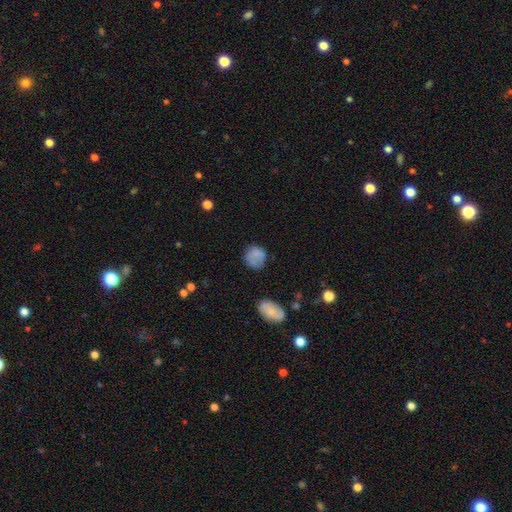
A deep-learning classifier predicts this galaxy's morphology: This is likely a smooth galaxy (76%). How rounded: likely round (72%). Merging: likely none (62%).